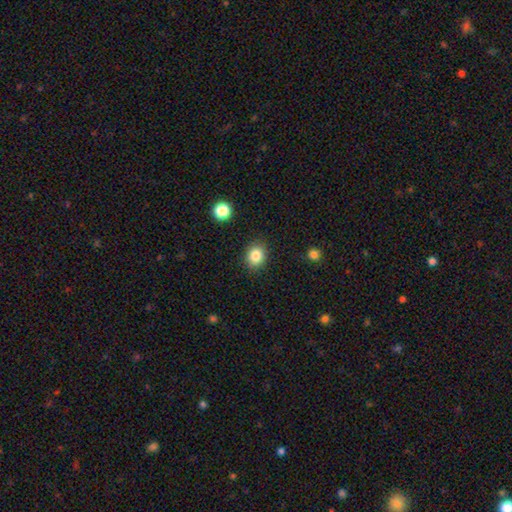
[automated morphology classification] Smooth or featured: smooth — 84% (star or artifact — 10%)
How rounded: round — 60% (in between — 39%)
Merging: none — 88% (minor disturbance — 8%)